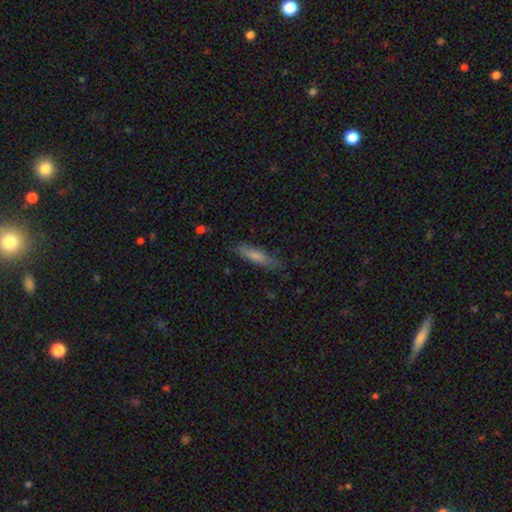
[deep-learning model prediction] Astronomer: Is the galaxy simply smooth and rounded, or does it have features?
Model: smooth — 76%.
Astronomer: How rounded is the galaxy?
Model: cigar-shaped — 75%.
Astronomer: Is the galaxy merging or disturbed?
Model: none — 81%.